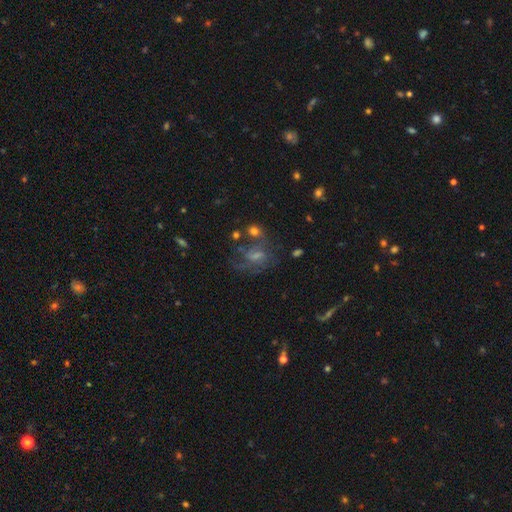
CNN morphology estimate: Smooth or featured? Predicted: featured or disk (p=0.50). Edge-on disk? Predicted: no (p=0.96). Merging? Predicted: none (p=0.50).